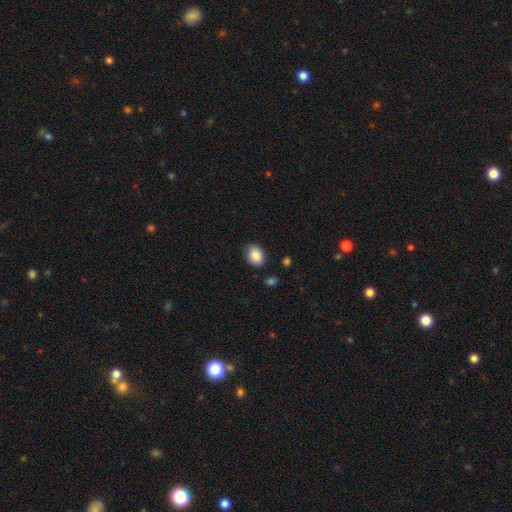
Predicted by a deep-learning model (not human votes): smooth-or-featured: smooth: 88% | star or artifact: 8% | featured or disk: 4%
  how-rounded: in between: 70% | round: 29% | cigar-shaped: 1%
  merging: none: 82% | minor disturbance: 13% | major disturbance: 3% | merger: 2%